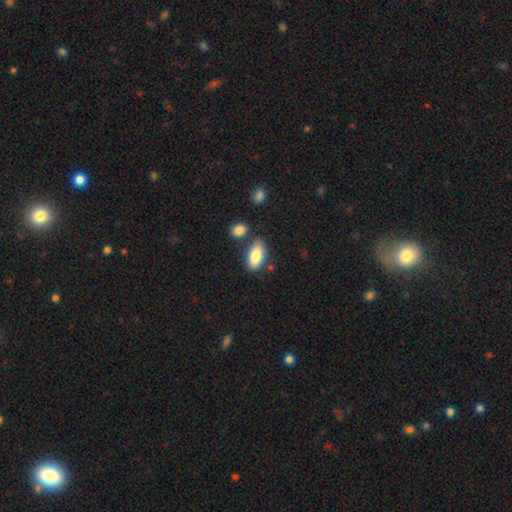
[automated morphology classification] smooth 84%, featured or disk 9%, star or artifact 6%. Down the decision tree: how rounded — in between (89%); merging — none (69%).